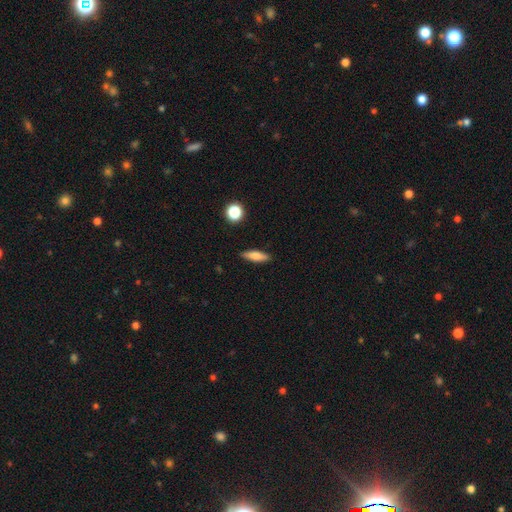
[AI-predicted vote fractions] Morphology: type=smooth (75%); roundness=cigar-shaped (56%); merging=none (87%).